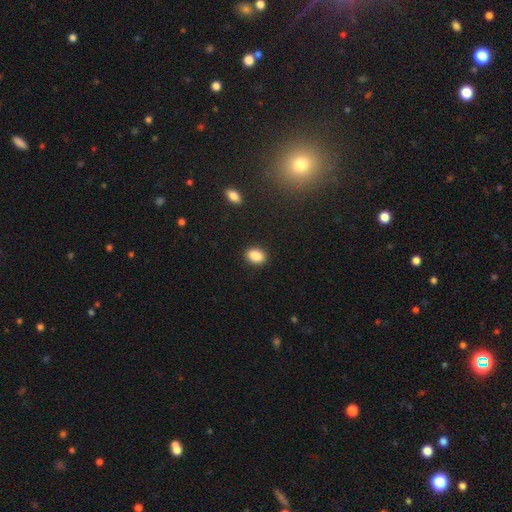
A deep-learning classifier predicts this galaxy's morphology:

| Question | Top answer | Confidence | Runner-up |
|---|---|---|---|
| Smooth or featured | smooth | 88% | star or artifact (8%) |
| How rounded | in between | 71% | round (27%) |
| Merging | none | 90% | minor disturbance (7%) |